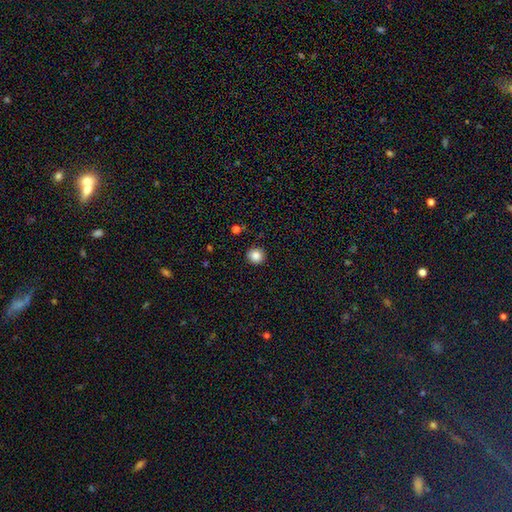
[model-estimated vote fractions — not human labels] This is clearly a smooth galaxy (85%). How rounded: clearly round (93%). Merging: clearly none (92%).